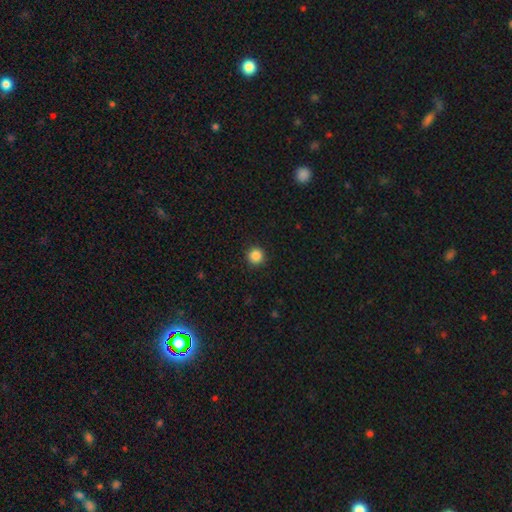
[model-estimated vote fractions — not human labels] Smooth or featured? Predicted: smooth (p=0.86). How rounded? Predicted: round (p=0.96). Merging? Predicted: none (p=0.93).